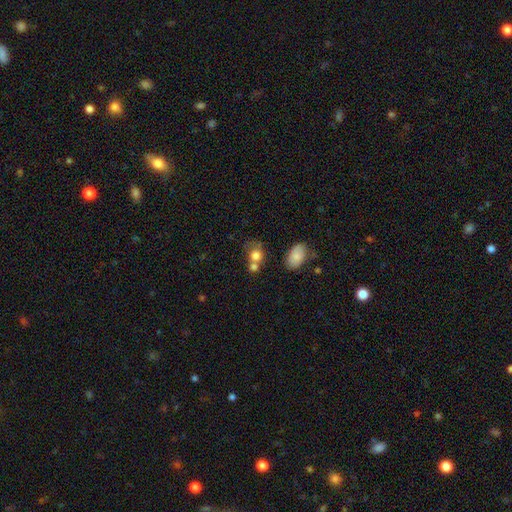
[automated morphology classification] Smooth or featured? Predicted: smooth (p=0.77). How rounded? Predicted: round (p=0.64). Merging? Predicted: merger (p=0.41).